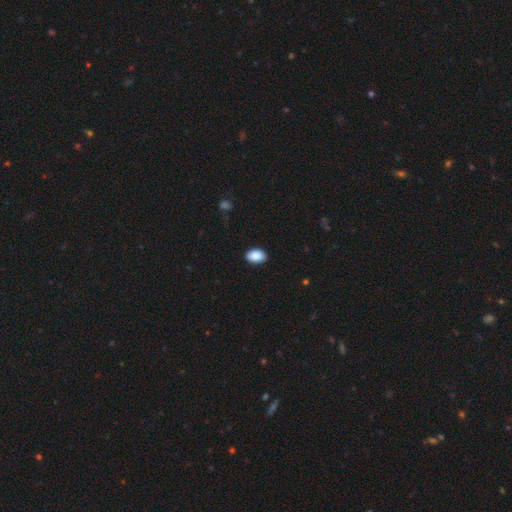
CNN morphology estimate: smooth_or_featured: smooth (p=0.90) [alt: star or artifact p=0.07]
how_rounded: in between (p=0.90) [alt: round p=0.09]
merging: none (p=0.88) [alt: minor disturbance p=0.09]